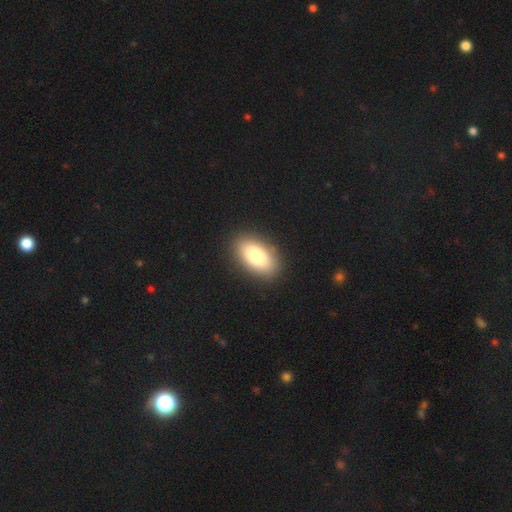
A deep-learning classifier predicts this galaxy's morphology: Smooth or featured? smooth (82%)
How rounded? in between (93%)
Merging? none (89%)